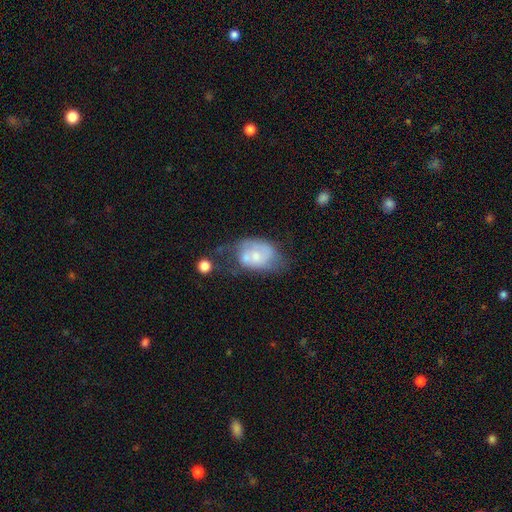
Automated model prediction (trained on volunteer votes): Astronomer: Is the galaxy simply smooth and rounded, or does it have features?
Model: featured or disk — 50% (runner-up: smooth, 42%).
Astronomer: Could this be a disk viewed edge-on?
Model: no — 96%.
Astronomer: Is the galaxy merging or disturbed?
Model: none — 28% (runner-up: minor disturbance, 26%).